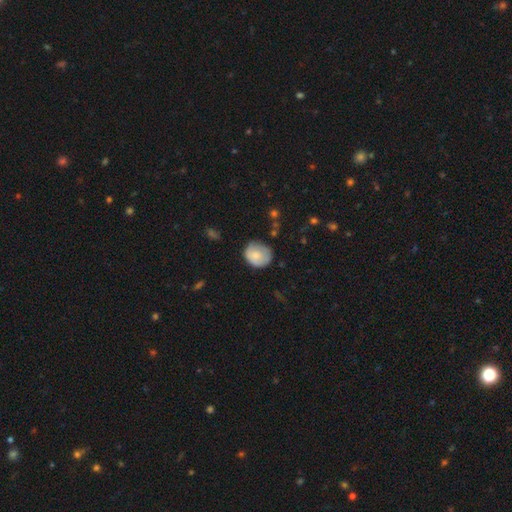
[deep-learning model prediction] smooth 77%, featured or disk 16%, star or artifact 7%. Down the decision tree: how rounded — round (69%); merging — none (61%).